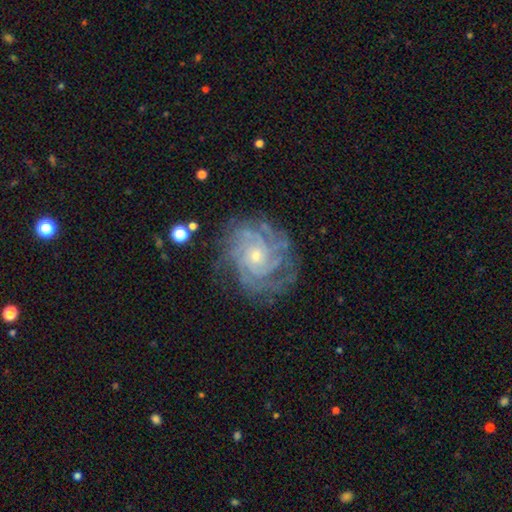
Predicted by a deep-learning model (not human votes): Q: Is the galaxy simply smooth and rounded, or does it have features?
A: featured or disk — 88%.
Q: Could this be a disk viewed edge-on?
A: no — 98%.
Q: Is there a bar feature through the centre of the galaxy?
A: no — 76%.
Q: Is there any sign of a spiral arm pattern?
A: yes — 97%.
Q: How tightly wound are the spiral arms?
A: tight — 73%.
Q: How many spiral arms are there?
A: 4 — 25%, tied with can't tell.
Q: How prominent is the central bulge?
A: small — 68%.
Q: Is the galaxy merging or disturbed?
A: none — 75%.